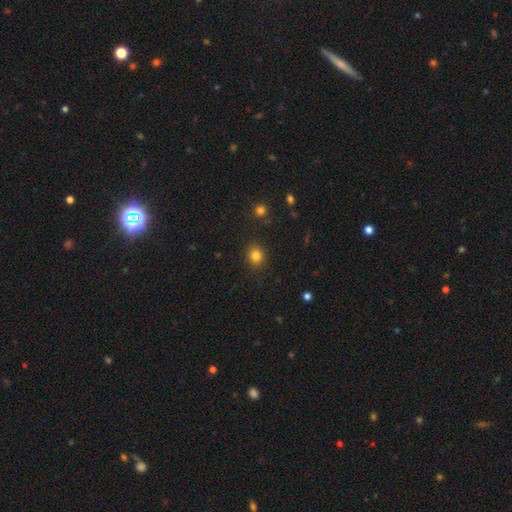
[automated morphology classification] Overall: smooth (83%). How rounded: round (70%). Merging: none (88%).